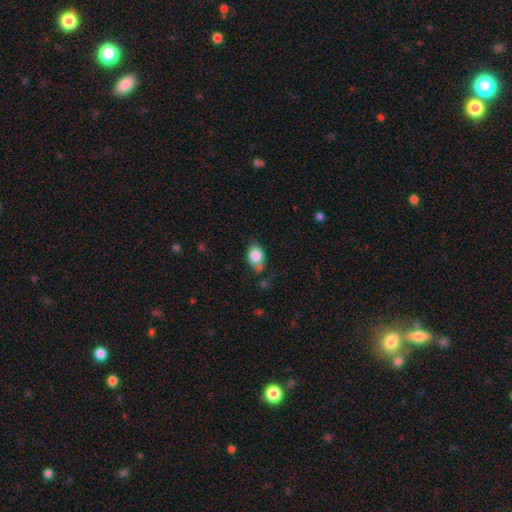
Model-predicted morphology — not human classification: Smooth or featured? smooth (83%)
How rounded? in between (72%)
Merging? none (60%)